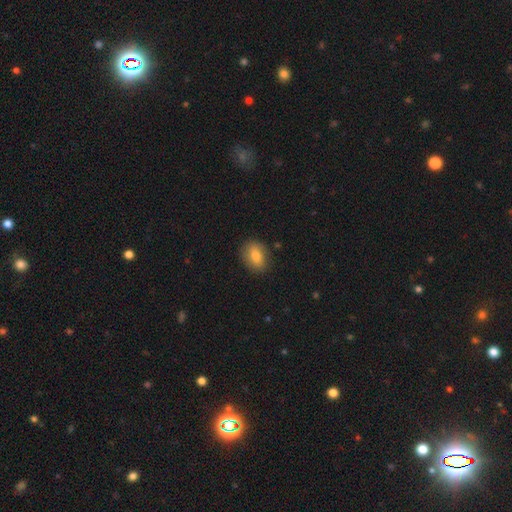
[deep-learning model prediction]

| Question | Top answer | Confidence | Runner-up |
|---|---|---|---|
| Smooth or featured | smooth | 77% | featured or disk (15%) |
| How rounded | in between | 70% | round (28%) |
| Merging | none | 86% | minor disturbance (10%) |